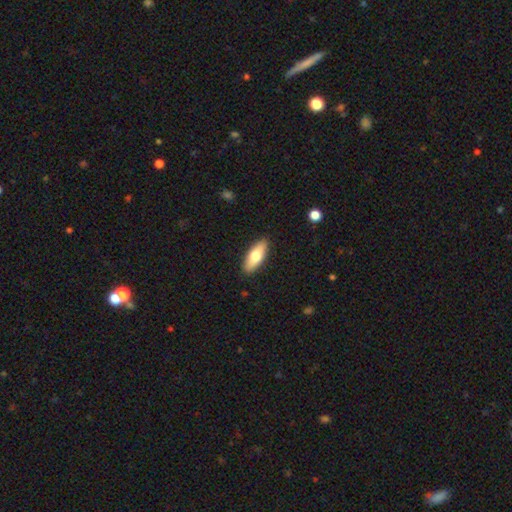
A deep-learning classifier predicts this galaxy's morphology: smooth 72%, featured or disk 22%, star or artifact 6%. Down the decision tree: how rounded — in between (72%); merging — none (89%).